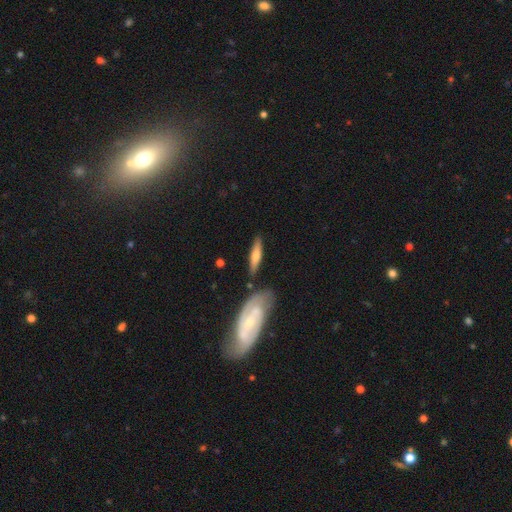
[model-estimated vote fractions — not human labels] Overall: smooth (55%; featured or disk 39%). How rounded: cigar-shaped (75%). Merging: none (77%).